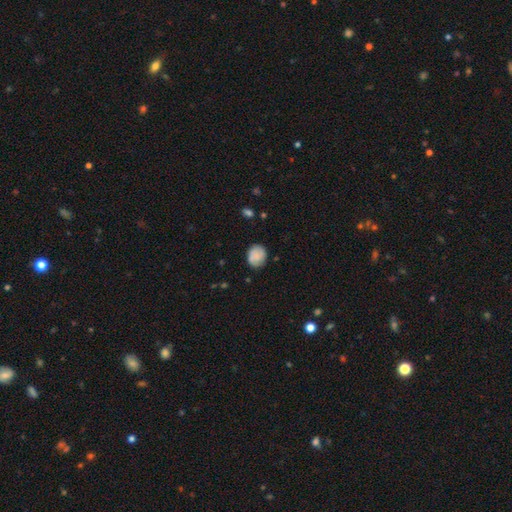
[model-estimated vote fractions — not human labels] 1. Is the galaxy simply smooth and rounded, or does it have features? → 77% smooth, 16% featured or disk, 8% star or artifact.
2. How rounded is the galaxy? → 58% round, 41% in between, 1% cigar-shaped.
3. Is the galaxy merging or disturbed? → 78% none, 17% minor disturbance, 4% major disturbance, 2% merger.